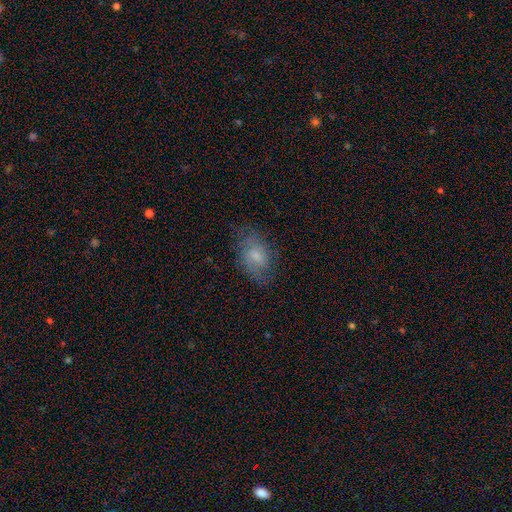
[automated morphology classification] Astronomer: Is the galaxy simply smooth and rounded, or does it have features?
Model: smooth — 54% (runner-up: featured or disk, 37%).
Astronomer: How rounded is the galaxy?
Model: in between — 84%.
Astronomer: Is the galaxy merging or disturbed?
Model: none — 66%.